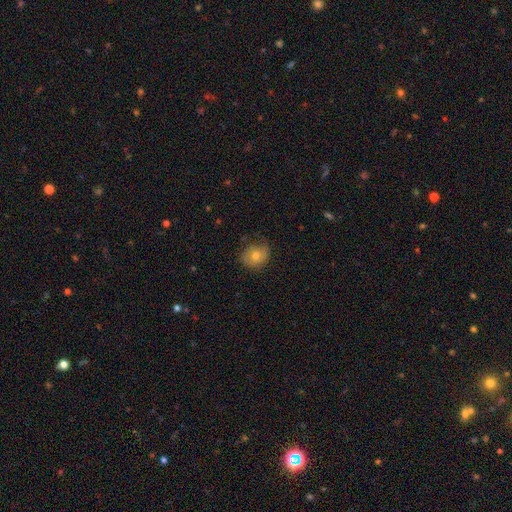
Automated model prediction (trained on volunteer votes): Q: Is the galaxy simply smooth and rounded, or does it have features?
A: smooth — 58%.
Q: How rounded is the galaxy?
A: round — 73%.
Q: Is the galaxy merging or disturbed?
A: none — 63%.